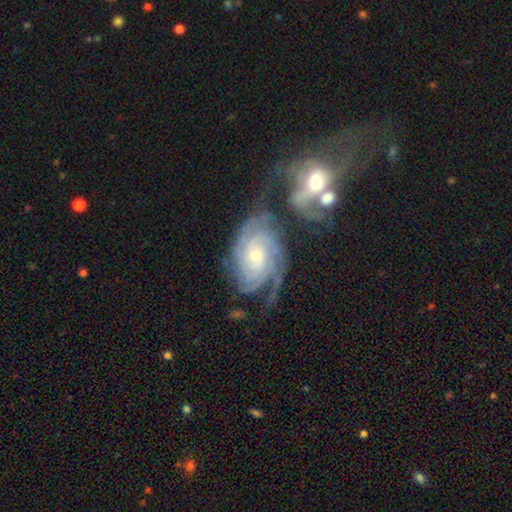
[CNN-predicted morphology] Smooth or featured? Predicted: featured or disk (p=0.87). Edge-on disk? Predicted: no (p=0.96). Bar? Predicted: no (p=0.72). Spiral arms? Predicted: yes (p=0.97). Spiral winding? Predicted: tight (p=0.67). Spiral arm count? Predicted: can't tell (p=0.28). Bulge size? Predicted: small (p=0.63). Merging? Predicted: none (p=0.43).